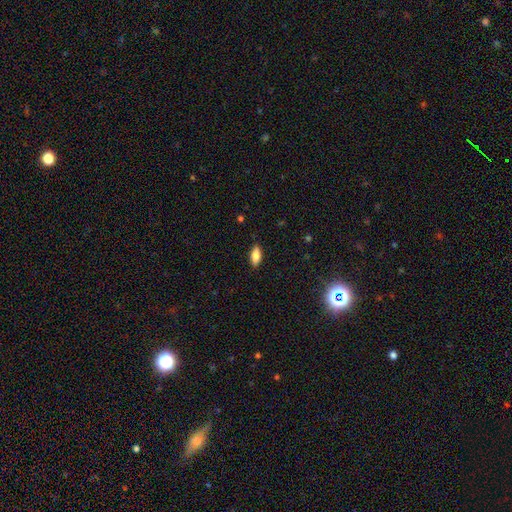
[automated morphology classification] smooth-or-featured: smooth: 82% | featured or disk: 10% | star or artifact: 8%
  how-rounded: in between: 84% | cigar-shaped: 14% | round: 2%
  merging: none: 87% | minor disturbance: 10% | major disturbance: 2% | merger: 1%